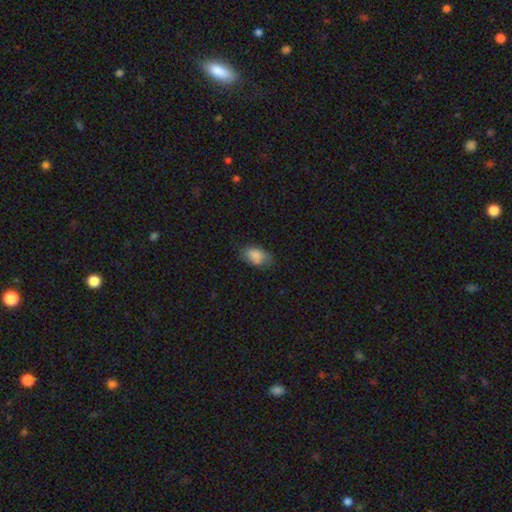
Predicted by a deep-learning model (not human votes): smooth_or_featured: smooth (p=0.83) [alt: featured or disk p=0.10]
how_rounded: in between (p=0.90) [alt: round p=0.08]
merging: none (p=0.67) [alt: minor disturbance p=0.25]